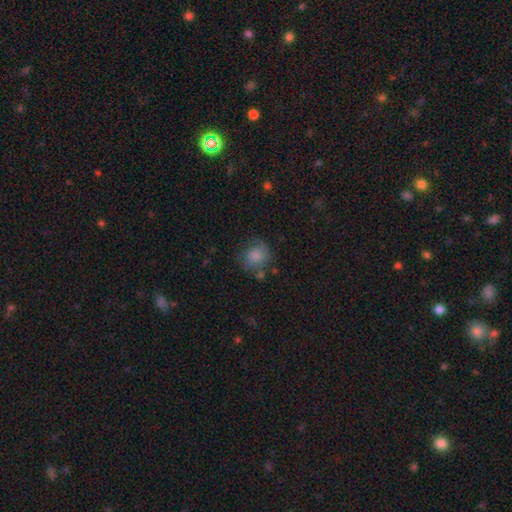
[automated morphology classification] Q: Smooth or featured?
A: smooth (64%); runner-up: featured or disk (26%)
Q: How rounded?
A: round (76%); runner-up: in between (23%)
Q: Merging?
A: none (53%); runner-up: minor disturbance (25%)